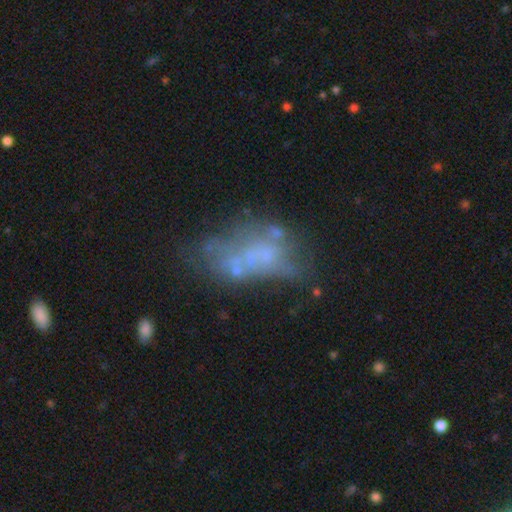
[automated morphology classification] type=featured or disk (55%); edge-on=no (96%); bar=no (93%); spiral arms=no (95%); bulge=none (75%); merging=none (30%).